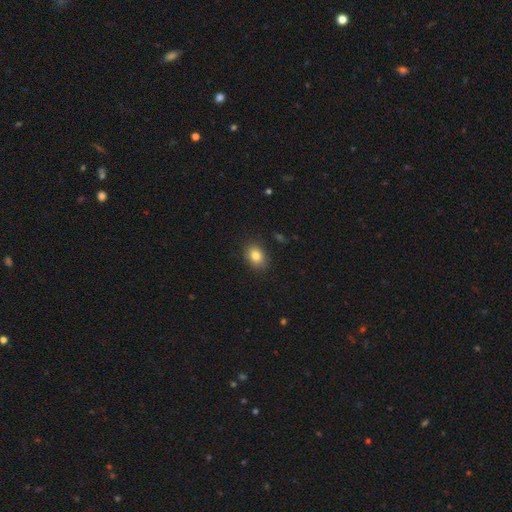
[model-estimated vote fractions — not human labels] Morphology: type=smooth (83%); roundness=in between (66%); merging=none (86%).